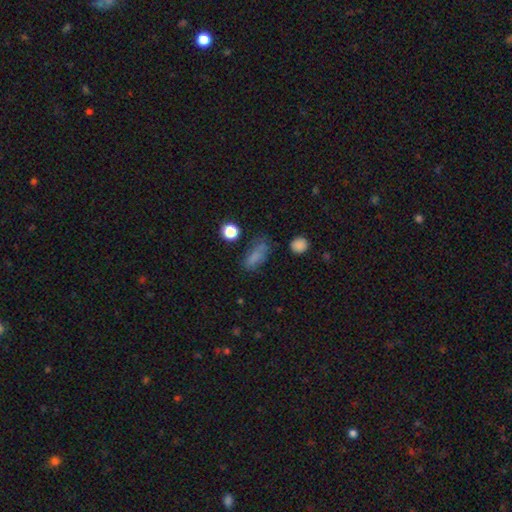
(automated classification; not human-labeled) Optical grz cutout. It shows a smooth galaxy with no disk features (73%) that is in between round and cigar-shaped (72%). Merging: none (57%).